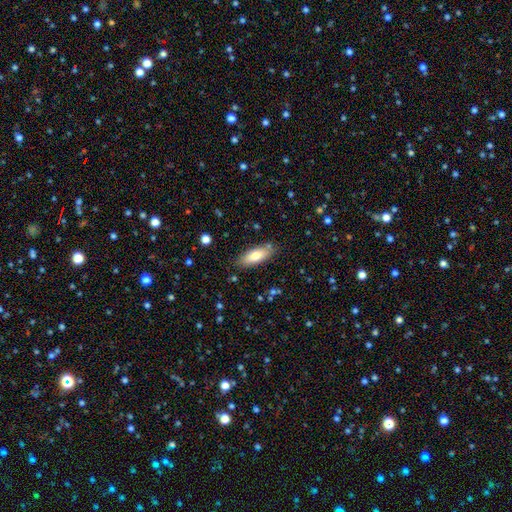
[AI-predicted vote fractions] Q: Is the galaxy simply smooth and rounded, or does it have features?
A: smooth — 72%.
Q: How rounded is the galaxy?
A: in between — 72%.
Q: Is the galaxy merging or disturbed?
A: none — 82%.